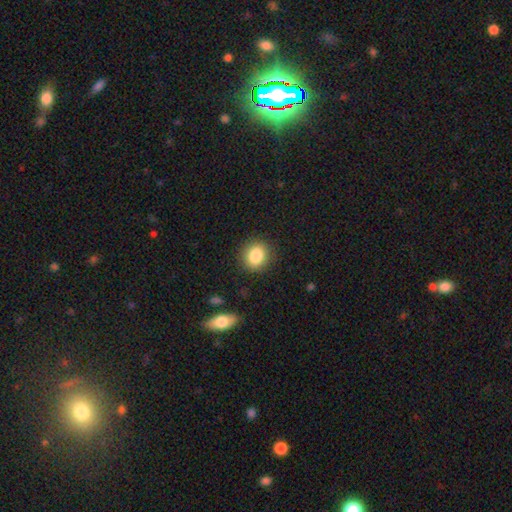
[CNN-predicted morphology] type=smooth (85%); roundness=round (73%); merging=none (88%).